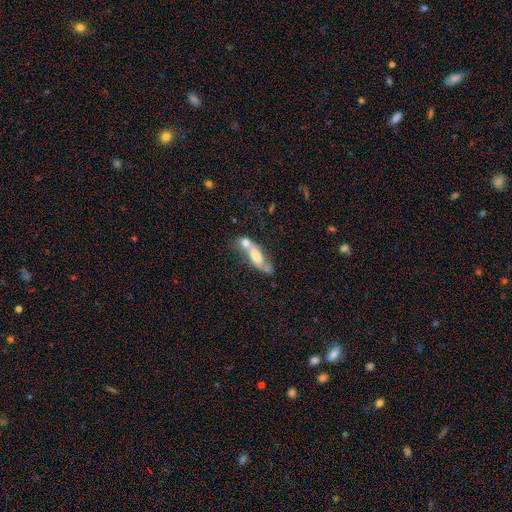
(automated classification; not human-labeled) A featured or disk galaxy (49%). Merging: merger (47%).